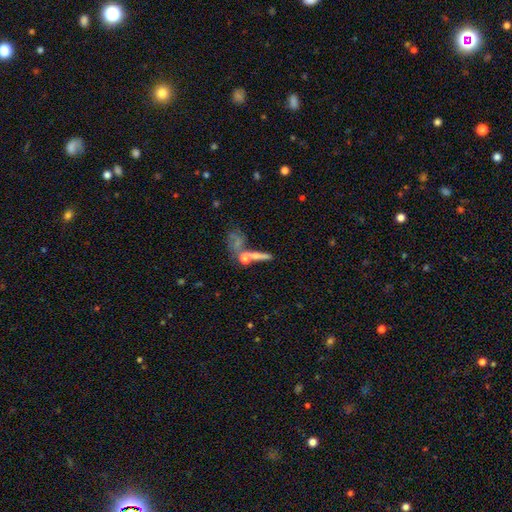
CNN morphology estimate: This is possibly a smooth galaxy (53%). How rounded: possibly cigar-shaped (51%). Merging: marginally merger (39%).